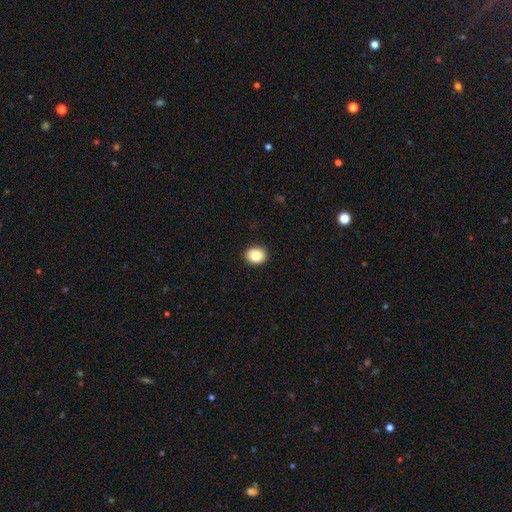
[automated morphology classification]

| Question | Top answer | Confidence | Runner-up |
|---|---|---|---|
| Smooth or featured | smooth | 84% | star or artifact (9%) |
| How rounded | round | 64% | in between (35%) |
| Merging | none | 91% | minor disturbance (6%) |